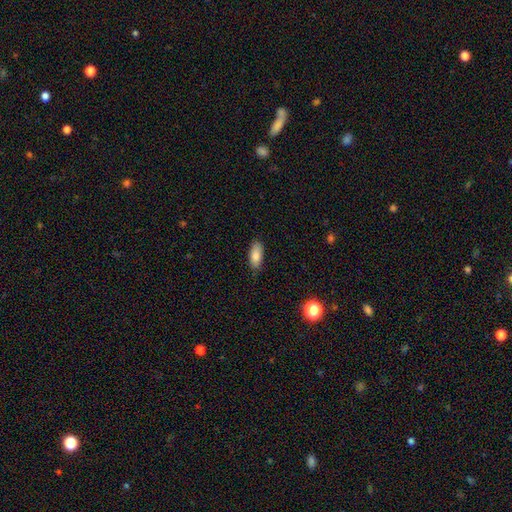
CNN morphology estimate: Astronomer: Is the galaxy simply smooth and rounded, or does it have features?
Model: smooth — 83%.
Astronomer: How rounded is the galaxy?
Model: in between — 85%.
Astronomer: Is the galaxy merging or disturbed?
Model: none — 84%.